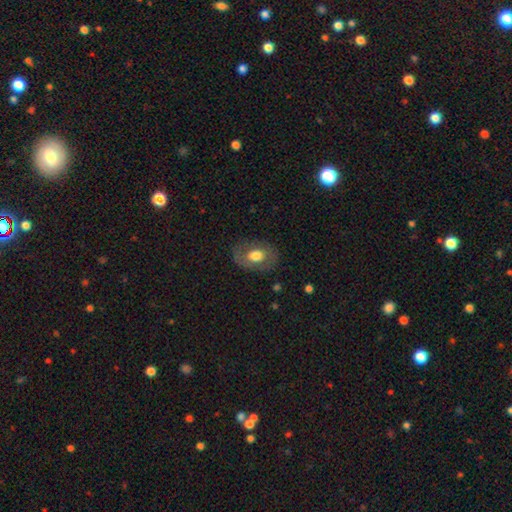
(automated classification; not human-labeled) Morphology: type=smooth (57%); roundness=in between (71%); merging=none (77%).